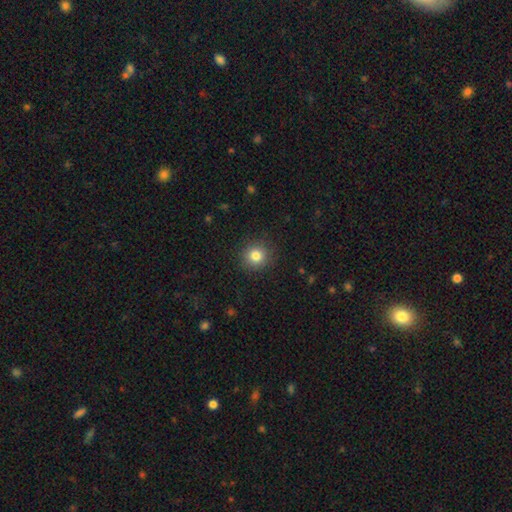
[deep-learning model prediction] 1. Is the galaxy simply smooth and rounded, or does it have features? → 82% smooth, 12% star or artifact, 6% featured or disk.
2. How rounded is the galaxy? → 93% round, 6% in between, 1% cigar-shaped.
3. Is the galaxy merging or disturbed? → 90% none, 6% minor disturbance, 2% major disturbance, 1% merger.